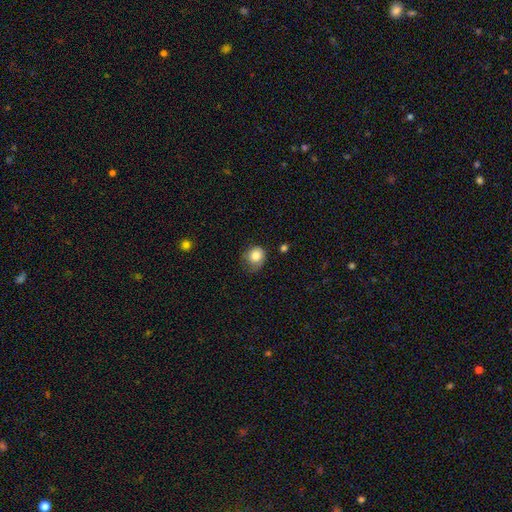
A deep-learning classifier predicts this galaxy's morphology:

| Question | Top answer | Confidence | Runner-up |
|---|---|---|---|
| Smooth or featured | smooth | 81% | featured or disk (9%) |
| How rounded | round | 77% | in between (22%) |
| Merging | none | 54% | minor disturbance (33%) |